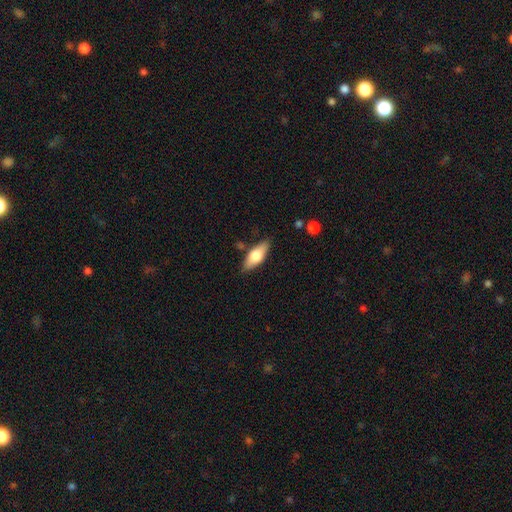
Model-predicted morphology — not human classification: smooth_or_featured: smooth (p=0.60) [alt: featured or disk p=0.35]
how_rounded: in between (p=0.73) [alt: cigar-shaped p=0.24]
merging: none (p=0.82) [alt: minor disturbance p=0.12]